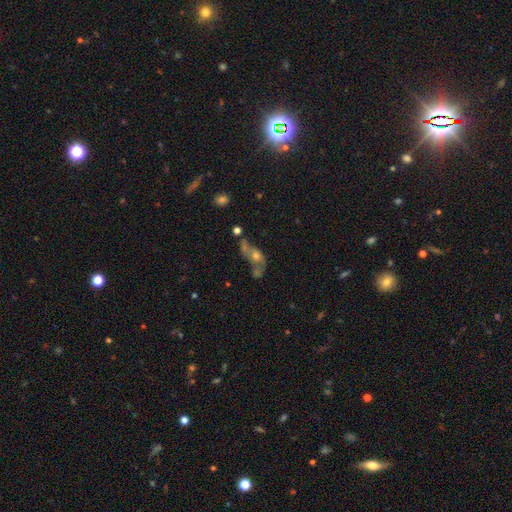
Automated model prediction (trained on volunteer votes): Smooth or featured? featured or disk (50%)
Edge-on disk? no (87%)
Merging? merger (38%)